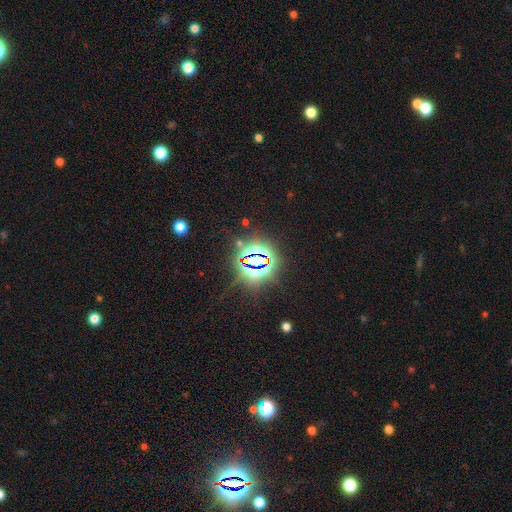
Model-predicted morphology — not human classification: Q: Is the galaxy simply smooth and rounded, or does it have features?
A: star or artifact — 84%.